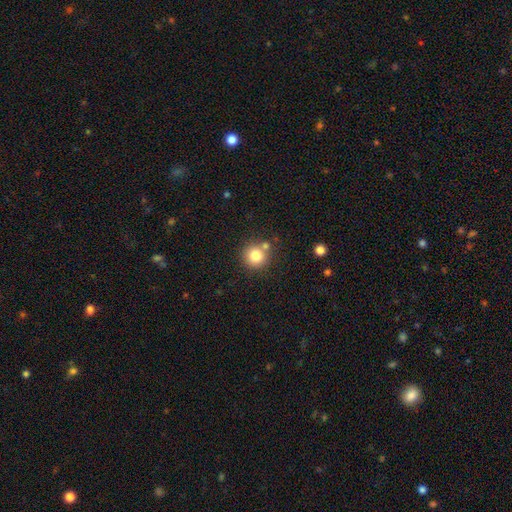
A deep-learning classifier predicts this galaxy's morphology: smooth_or_featured: smooth (p=0.82) [alt: star or artifact p=0.11]
how_rounded: round (p=0.93) [alt: in between p=0.06]
merging: none (p=0.74) [alt: merger p=0.14]